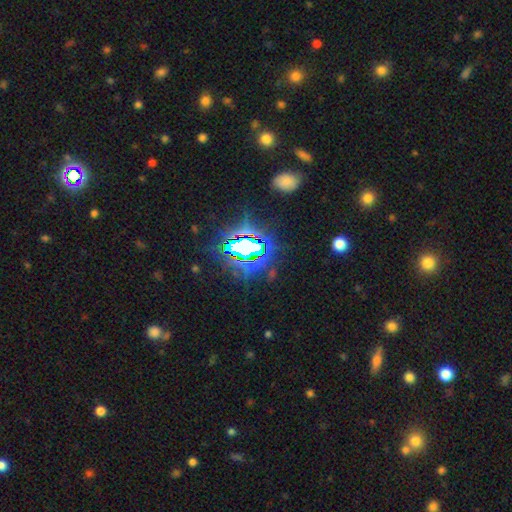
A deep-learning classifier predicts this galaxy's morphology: type=star or artifact (80%).